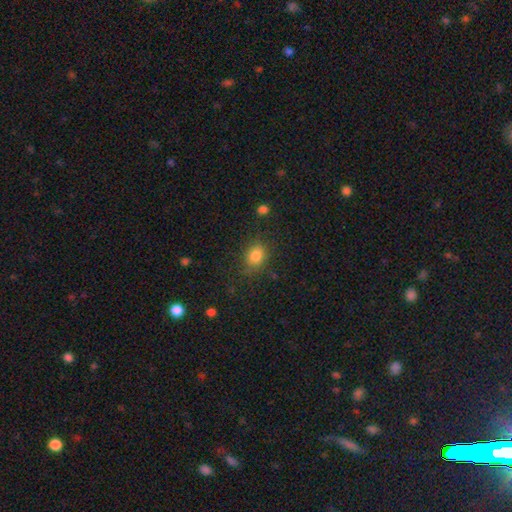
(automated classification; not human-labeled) A smooth galaxy with no disk features (82%) that is in between round and cigar-shaped (51%).

Vote fractions:
- Smooth or featured? smooth: 82% / star or artifact: 12% / featured or disk: 6%
- How rounded? in between: 51% / round: 47% / cigar-shaped: 1%
- Merging? none: 77% / minor disturbance: 16% / major disturbance: 5% / merger: 2%